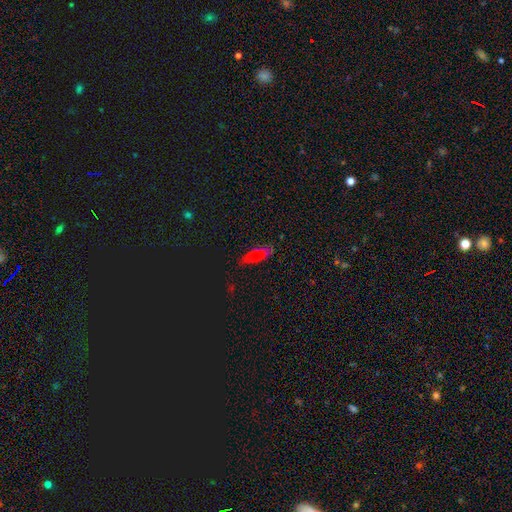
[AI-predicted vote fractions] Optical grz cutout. It shows a smooth galaxy with no disk features (52%) that is in between round and cigar-shaped (66%). Merging: none (73%).